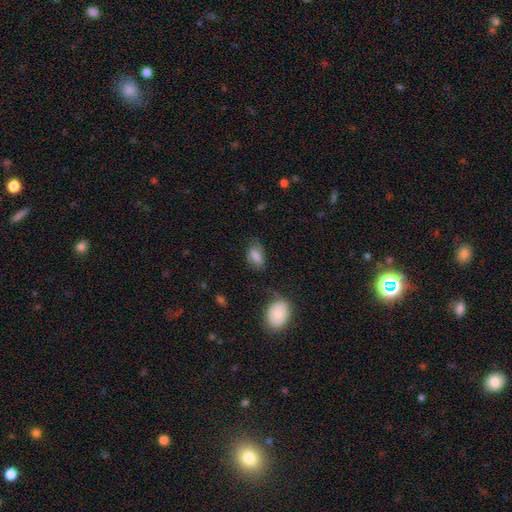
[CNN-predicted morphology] Smooth or featured? smooth (80%)
How rounded? in between (89%)
Merging? none (61%)